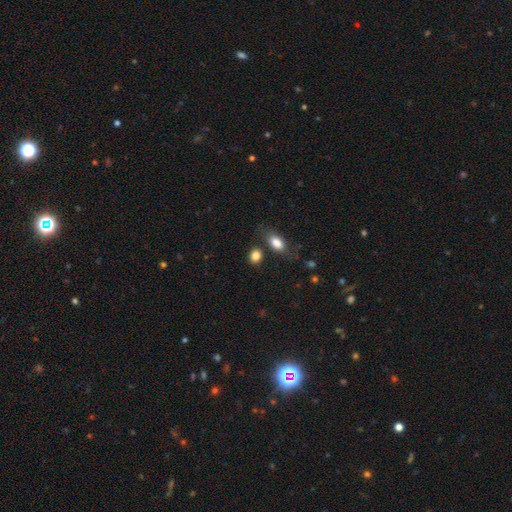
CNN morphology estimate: A smooth galaxy with no disk features (85%) that is in between round and cigar-shaped (50%).

Vote fractions:
- Smooth or featured? smooth: 85% / star or artifact: 9% / featured or disk: 6%
- How rounded? in between: 50% / round: 48% / cigar-shaped: 2%
- Merging? none: 73% / minor disturbance: 12% / merger: 11% / major disturbance: 4%